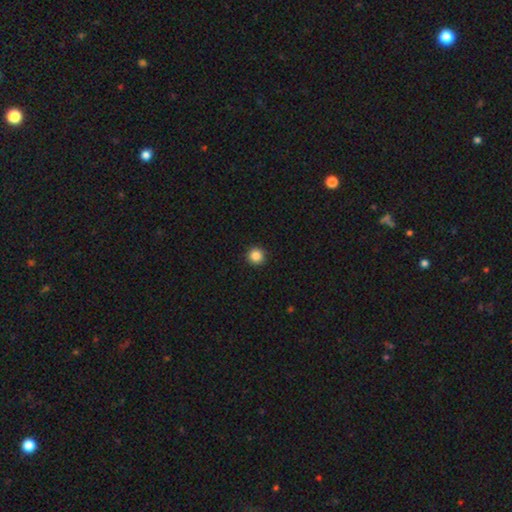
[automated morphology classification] A smooth galaxy with no disk features (86%) that is round (95%).

Vote fractions:
- Smooth or featured? smooth: 86% / star or artifact: 10% / featured or disk: 4%
- How rounded? round: 95% / in between: 4% / cigar-shaped: 1%
- Merging? none: 93% / minor disturbance: 4% / major disturbance: 1% / merger: 1%